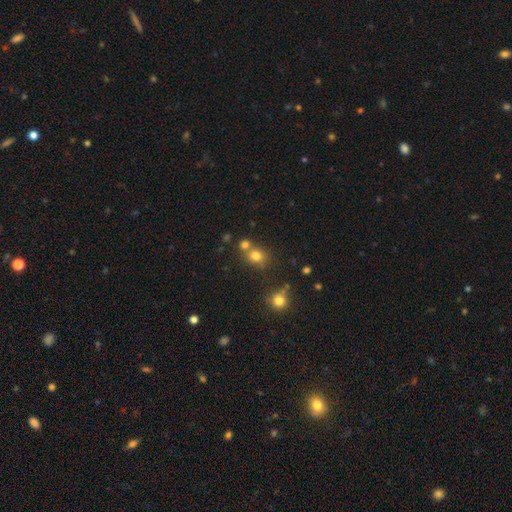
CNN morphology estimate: A smooth galaxy with no disk features (77%) that is round (69%). Merging: none (58%).